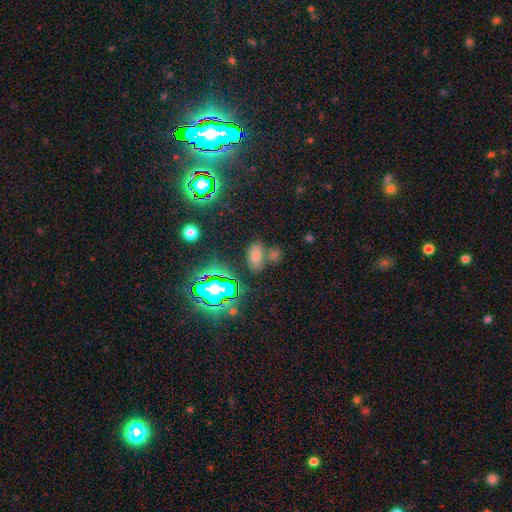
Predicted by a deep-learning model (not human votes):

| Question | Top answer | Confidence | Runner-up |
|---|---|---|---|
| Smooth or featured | smooth | 60% | star or artifact (30%) |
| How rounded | in between | 88% | round (8%) |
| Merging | none | 64% | merger (20%) |